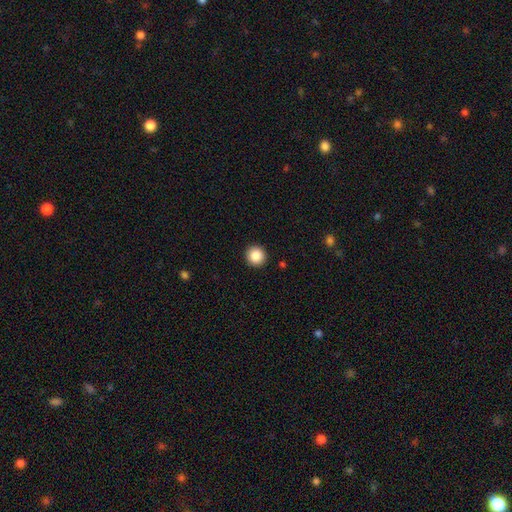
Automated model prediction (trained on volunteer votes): Q: Smooth or featured?
A: smooth (86%); runner-up: star or artifact (9%)
Q: How rounded?
A: round (95%); runner-up: in between (4%)
Q: Merging?
A: none (93%); runner-up: minor disturbance (5%)